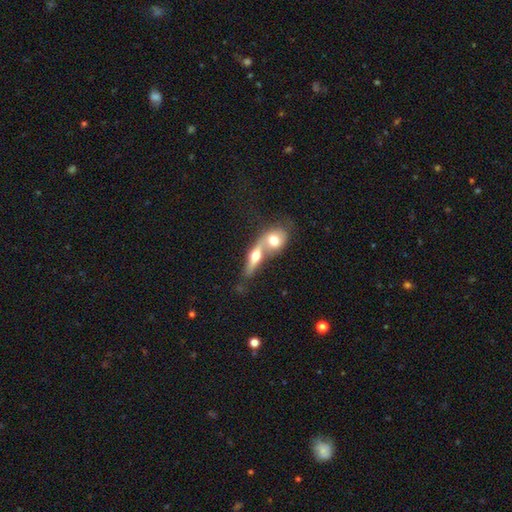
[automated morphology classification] A smooth galaxy with no disk features (50%) that is in between round and cigar-shaped (51%). Merging: merger (67%).